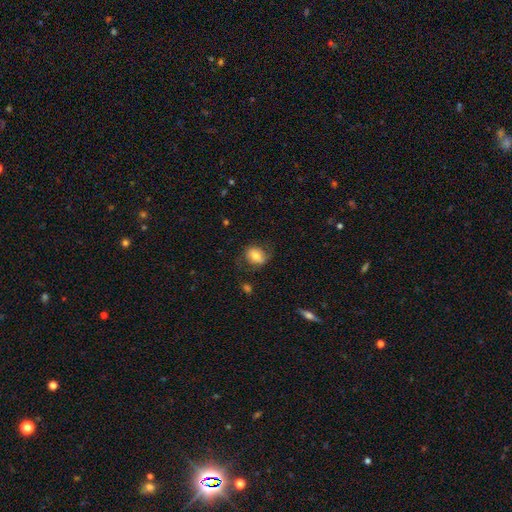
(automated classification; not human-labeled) smooth-or-featured: smooth: 69% | featured or disk: 22% | star or artifact: 8%
  how-rounded: in between: 54% | round: 45% | cigar-shaped: 1%
  merging: none: 68% | minor disturbance: 20% | major disturbance: 10% | merger: 2%